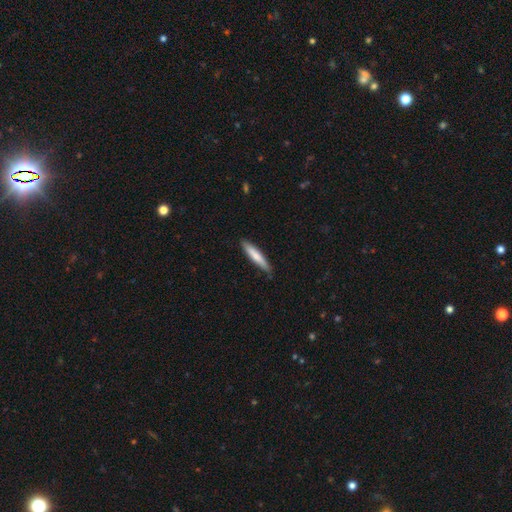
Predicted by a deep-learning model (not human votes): Q: Smooth or featured?
A: smooth (72%); runner-up: featured or disk (23%)
Q: How rounded?
A: cigar-shaped (88%); runner-up: in between (10%)
Q: Merging?
A: none (84%); runner-up: minor disturbance (13%)